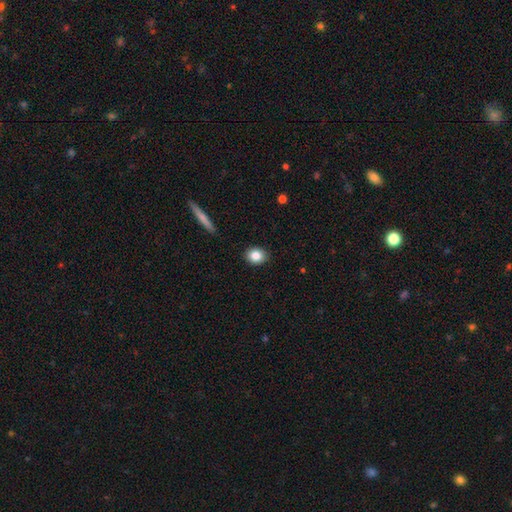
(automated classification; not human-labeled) Smooth or featured: smooth — 83% (star or artifact — 9%)
How rounded: round — 54% (in between — 44%)
Merging: none — 90% (minor disturbance — 8%)